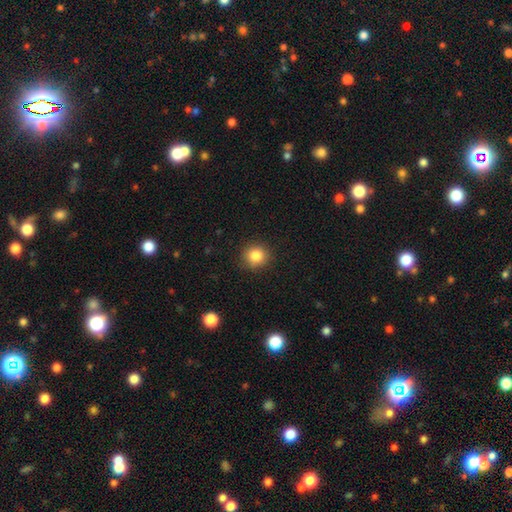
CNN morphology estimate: A smooth galaxy with no disk features (84%) that is round (90%).

Vote fractions:
- Smooth or featured? smooth: 84% / star or artifact: 11% / featured or disk: 5%
- How rounded? round: 90% / in between: 9% / cigar-shaped: 1%
- Merging? none: 88% / minor disturbance: 8% / major disturbance: 2% / merger: 1%